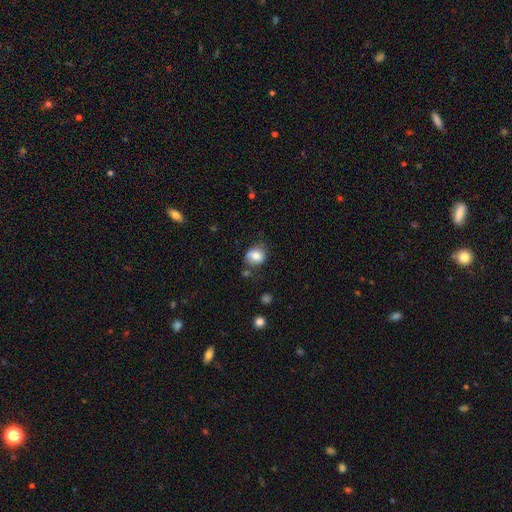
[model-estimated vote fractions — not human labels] Smooth or featured?
  - smooth: 76% *
  - featured or disk: 15%
  - star or artifact: 9%
How rounded?
  - round: 61% *
  - in between: 38%
  - cigar-shaped: 1%
Merging?
  - none: 62% *
  - minor disturbance: 24%
  - major disturbance: 8%
  - merger: 6%